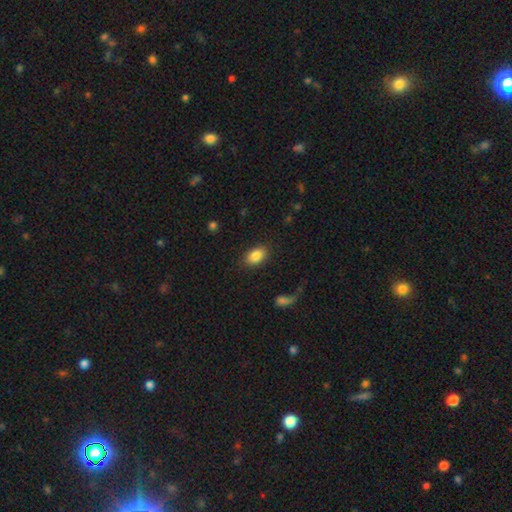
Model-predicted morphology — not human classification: smooth_or_featured: smooth (p=0.86) [alt: star or artifact p=0.07]
how_rounded: in between (p=0.86) [alt: round p=0.12]
merging: none (p=0.85) [alt: minor disturbance p=0.09]